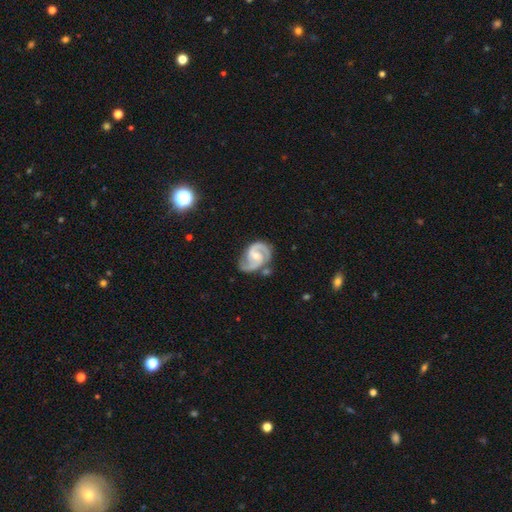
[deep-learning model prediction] Q: Smooth or featured?
A: featured or disk (92%); runner-up: star or artifact (4%)
Q: Edge-on disk?
A: no (98%); runner-up: yes (2%)
Q: Bar?
A: weak (43%); tied with: no (43%)
Q: Spiral arms?
A: yes (98%); runner-up: no (2%)
Q: Spiral winding?
A: medium (59%); runner-up: tight (28%)
Q: Spiral arm count?
A: 2 (92%); runner-up: 3 (2%)
Q: Bulge size?
A: moderate (49%); runner-up: small (48%)
Q: Merging?
A: none (66%); runner-up: minor disturbance (21%)